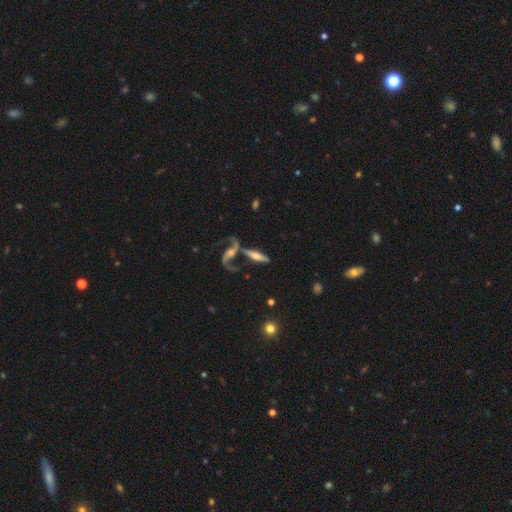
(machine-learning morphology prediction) Smooth or featured: featured or disk — 65% (smooth — 28%)
Edge-on disk: yes — 63% (no — 37%)
Merging: none — 47% (merger — 31%)